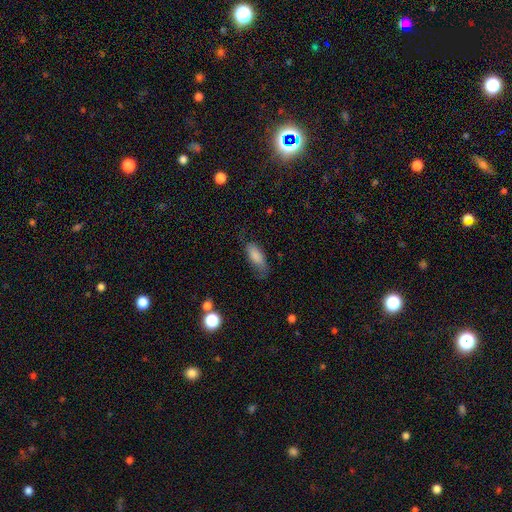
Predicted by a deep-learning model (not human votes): The model was most divided on "merging": none: 55%, minor disturbance: 30%, major disturbance: 13%, merger: 2%. More confident: smooth or featured — smooth (82%); how rounded — in between (80%).